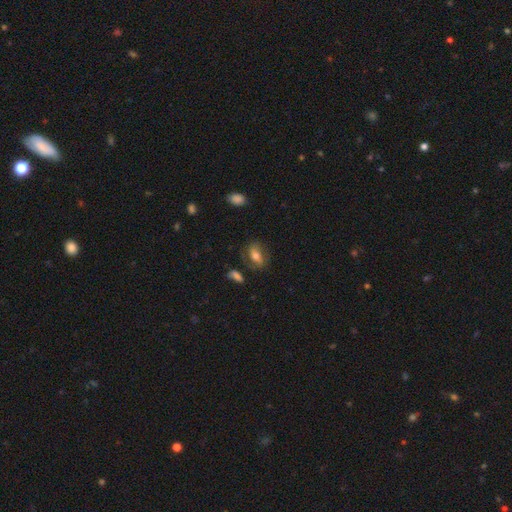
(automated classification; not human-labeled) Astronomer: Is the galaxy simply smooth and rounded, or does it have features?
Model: smooth — 56% (runner-up: featured or disk, 35%).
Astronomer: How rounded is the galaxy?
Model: in between — 77%.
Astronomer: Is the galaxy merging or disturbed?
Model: none — 71%.